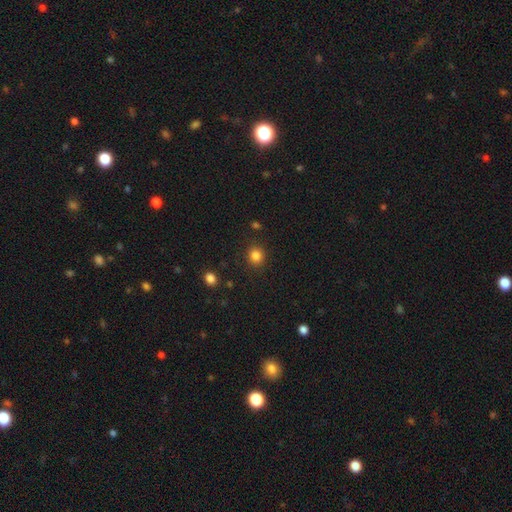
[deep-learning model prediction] Smooth or featured? Predicted: smooth (p=0.84). How rounded? Predicted: round (p=0.86). Merging? Predicted: none (p=0.89).